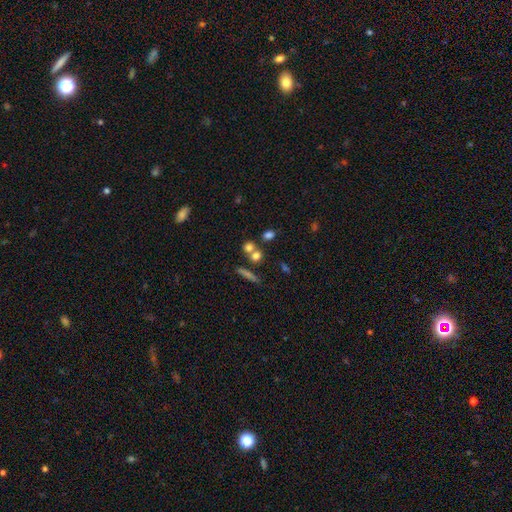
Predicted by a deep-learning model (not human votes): smooth-or-featured: smooth: 70% | featured or disk: 15% | star or artifact: 14%
  how-rounded: round: 63% | in between: 26% | cigar-shaped: 11%
  merging: none: 54% | merger: 33% | minor disturbance: 9% | major disturbance: 4%